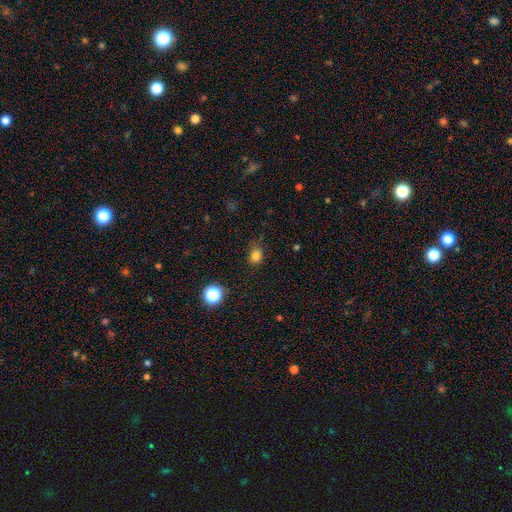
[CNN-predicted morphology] Overall: smooth (81%). How rounded: round (53%; in between 46%). Merging: none (71%).